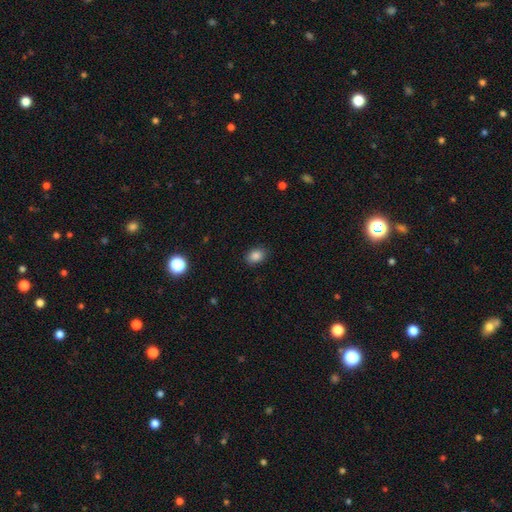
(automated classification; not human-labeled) smooth 85%, star or artifact 10%, featured or disk 4%. Down the decision tree: how rounded — in between (71%); merging — none (87%).